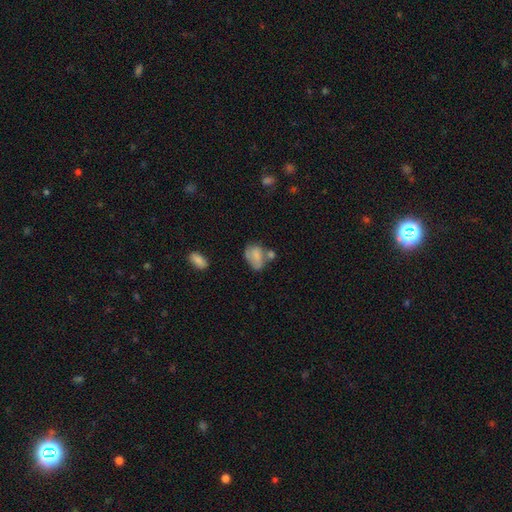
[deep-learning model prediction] Overall: smooth (68%). How rounded: in between (77%). Merging: none (34%; minor disturbance 26%).